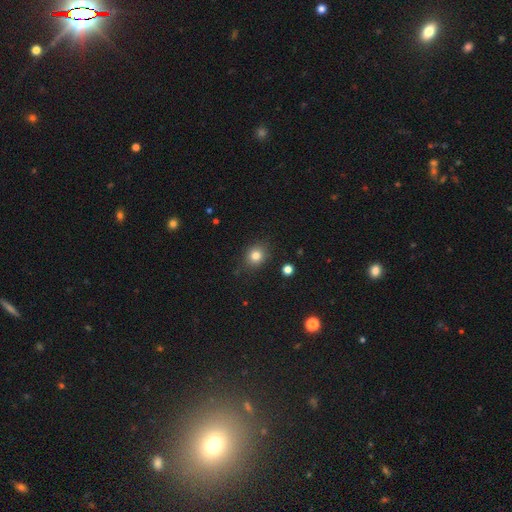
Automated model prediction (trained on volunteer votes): Q: Smooth or featured?
A: smooth (81%); runner-up: star or artifact (12%)
Q: How rounded?
A: round (74%); runner-up: in between (25%)
Q: Merging?
A: none (84%); runner-up: minor disturbance (11%)